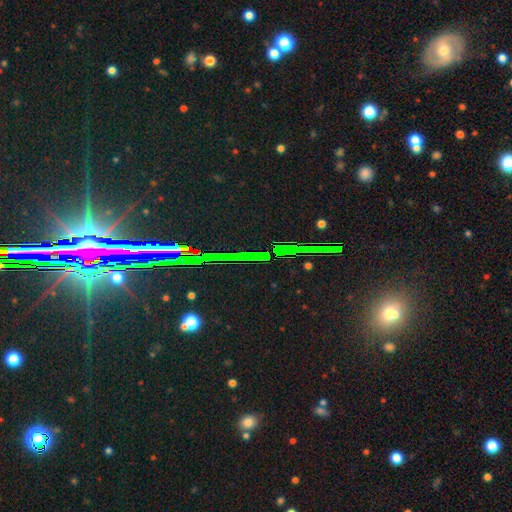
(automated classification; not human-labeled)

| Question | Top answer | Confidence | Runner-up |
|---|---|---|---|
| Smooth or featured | star or artifact | 76% | featured or disk (15%) |